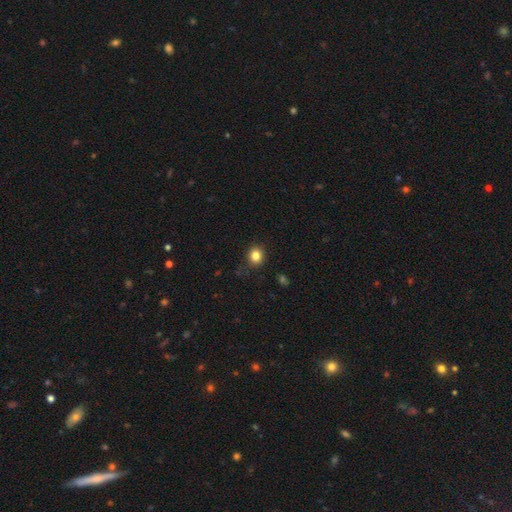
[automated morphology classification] A smooth galaxy with no disk features (83%) that is round (76%).

Vote fractions:
- Smooth or featured? smooth: 83% / star or artifact: 11% / featured or disk: 5%
- How rounded? round: 76% / in between: 23% / cigar-shaped: 1%
- Merging? none: 87% / minor disturbance: 10% / major disturbance: 2% / merger: 1%